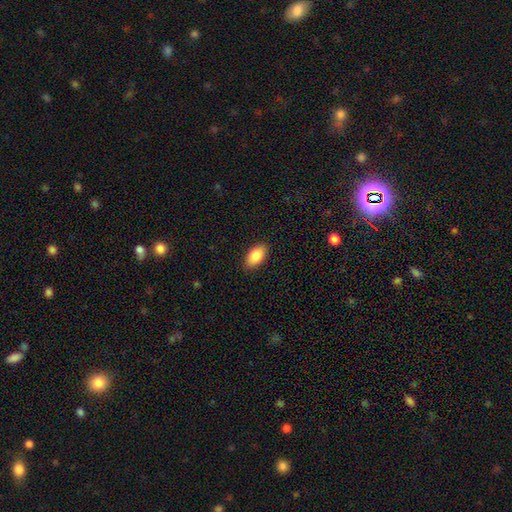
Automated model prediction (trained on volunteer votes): This is clearly a smooth galaxy (86%). How rounded: clearly in between (93%). Merging: clearly none (88%).